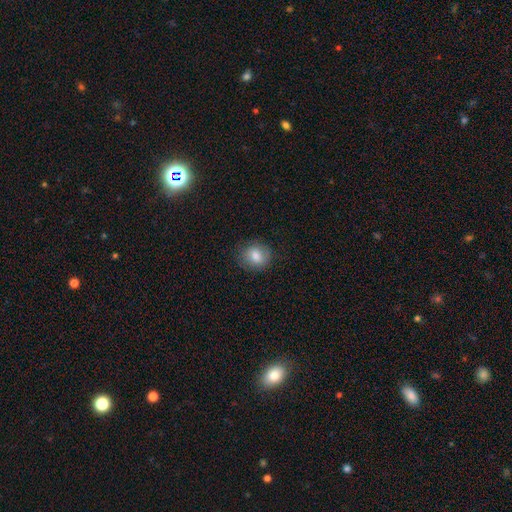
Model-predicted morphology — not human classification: smooth_or_featured: smooth (p=0.79) [alt: featured or disk p=0.12]
how_rounded: round (p=0.75) [alt: in between p=0.24]
merging: none (p=0.82) [alt: minor disturbance p=0.13]